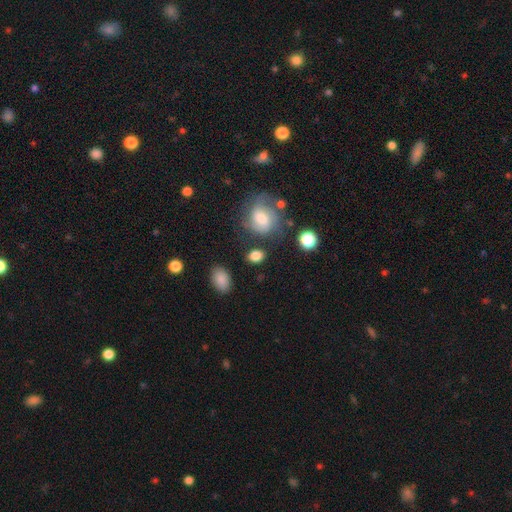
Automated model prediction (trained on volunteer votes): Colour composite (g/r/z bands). It shows a smooth galaxy with no disk features (80%) that is in between round and cigar-shaped (62%). Merging: none (72%).